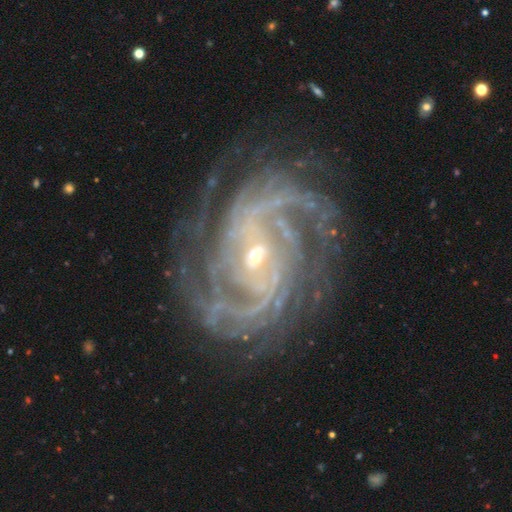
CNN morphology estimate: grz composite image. It shows a featured or disk galaxy (92%) with a weak bar (39%), 2 (23%) tight (65%) spiral arms (98%) and a small central bulge (64%). Merging: none (76%).